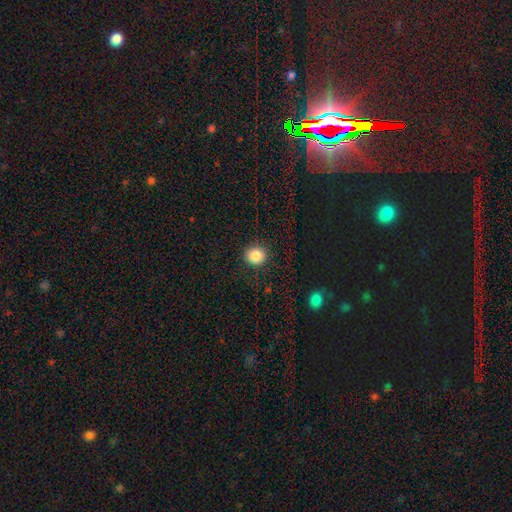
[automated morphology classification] A smooth galaxy with no disk features (85%) that is round (91%).

Vote fractions:
- Smooth or featured? smooth: 85% / star or artifact: 10% / featured or disk: 4%
- How rounded? round: 91% / in between: 8% / cigar-shaped: 1%
- Merging? none: 89% / minor disturbance: 7% / major disturbance: 3% / merger: 1%